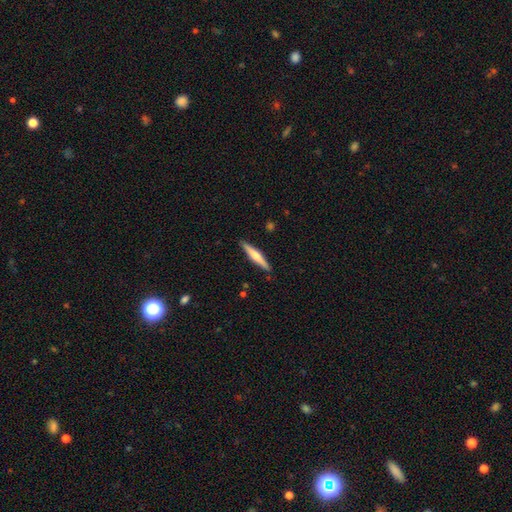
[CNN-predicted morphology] A featured or disk galaxy (50%).

Vote fractions:
- Smooth or featured? featured or disk: 50% / smooth: 45% / star or artifact: 5%
- Merging? none: 90% / minor disturbance: 7% / major disturbance: 1% / merger: 1%